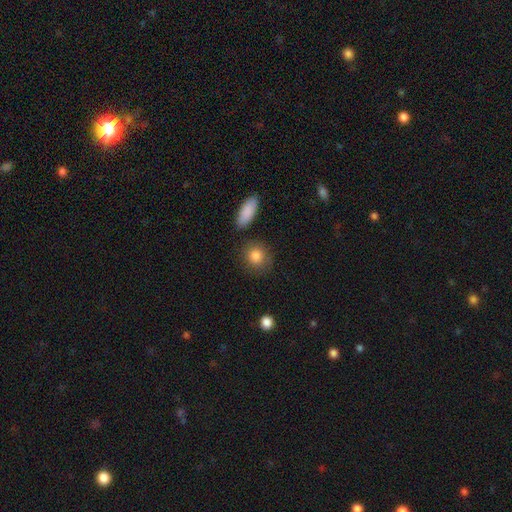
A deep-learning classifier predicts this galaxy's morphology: Smooth or featured? Predicted: smooth (p=0.86). How rounded? Predicted: round (p=0.76). Merging? Predicted: none (p=0.78).